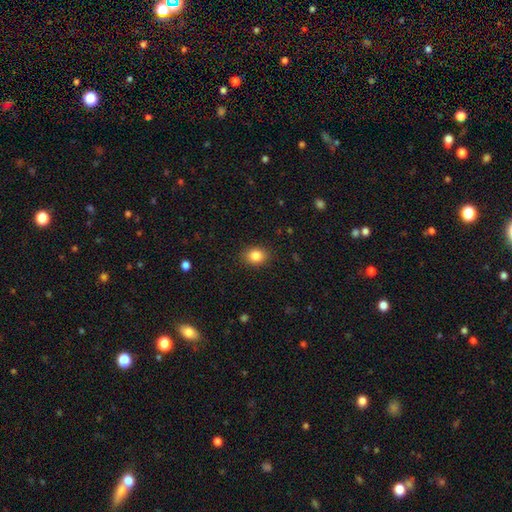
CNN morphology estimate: Smooth or featured: smooth — 85% (star or artifact — 10%)
How rounded: in between — 50% (round — 49%)
Merging: none — 88% (minor disturbance — 8%)